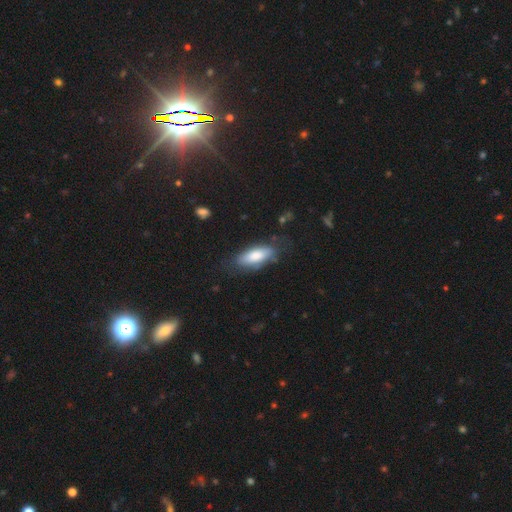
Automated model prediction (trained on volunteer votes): smooth_or_featured: smooth (p=0.76) [alt: featured or disk p=0.18]
how_rounded: in between (p=0.71) [alt: cigar-shaped p=0.27]
merging: none (p=0.71) [alt: minor disturbance p=0.20]